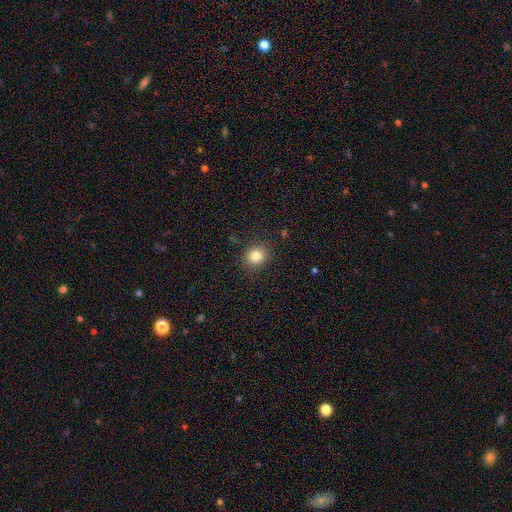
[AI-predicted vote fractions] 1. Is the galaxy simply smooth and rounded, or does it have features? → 82% smooth, 11% star or artifact, 6% featured or disk.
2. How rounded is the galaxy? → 80% round, 19% in between, 1% cigar-shaped.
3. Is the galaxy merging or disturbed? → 89% none, 8% minor disturbance, 3% major disturbance, 1% merger.